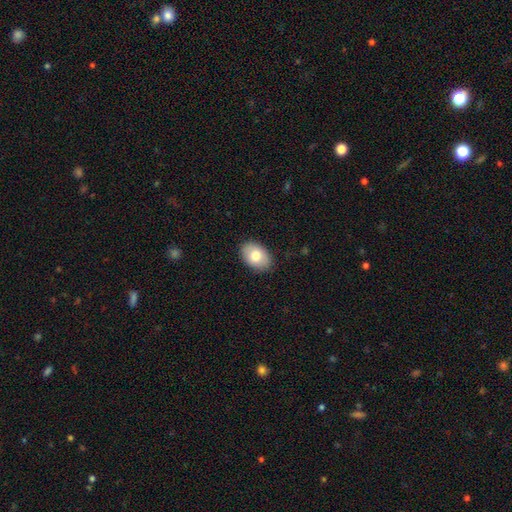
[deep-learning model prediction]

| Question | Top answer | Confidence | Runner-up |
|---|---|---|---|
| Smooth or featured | smooth | 77% | featured or disk (16%) |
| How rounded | in between | 83% | round (16%) |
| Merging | none | 87% | minor disturbance (10%) |